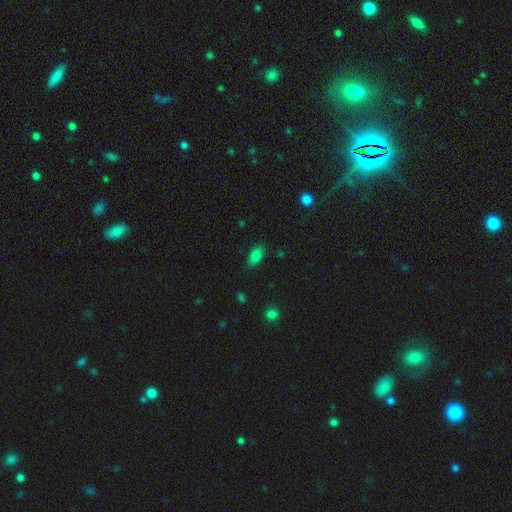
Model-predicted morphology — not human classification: smooth_or_featured: smooth (p=0.81) [alt: star or artifact p=0.11]
how_rounded: in between (p=0.89) [alt: round p=0.06]
merging: none (p=0.80) [alt: minor disturbance p=0.16]